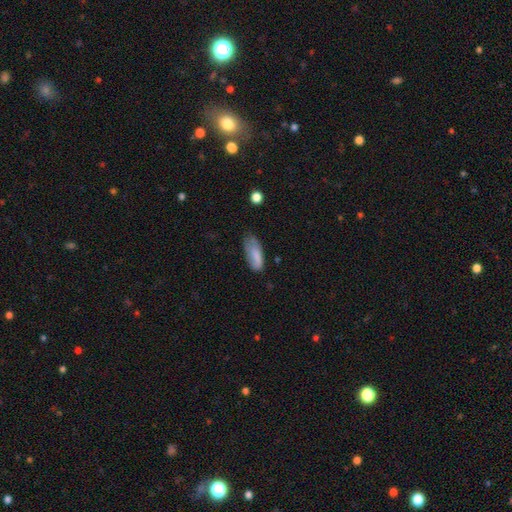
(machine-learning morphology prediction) A smooth galaxy with no disk features (80%) that is in between round and cigar-shaped (77%). Merging: none (51%).